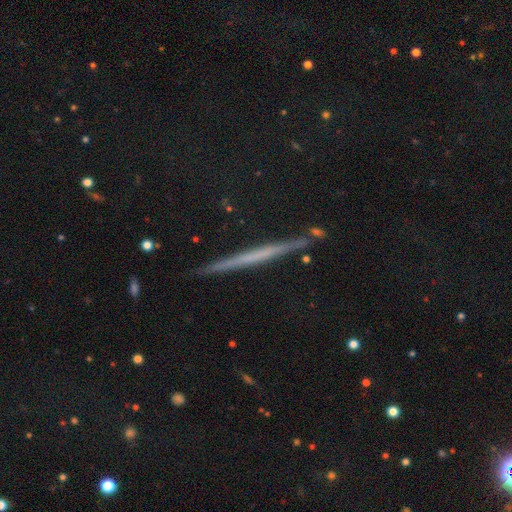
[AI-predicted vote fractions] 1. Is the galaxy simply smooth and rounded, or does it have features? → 59% featured or disk, 31% smooth, 10% star or artifact.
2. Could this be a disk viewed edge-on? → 98% yes, 2% no.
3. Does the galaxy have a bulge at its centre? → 87% none, 8% rounded, 5% boxy.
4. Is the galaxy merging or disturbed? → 89% none, 8% minor disturbance, 2% merger, 2% major disturbance.